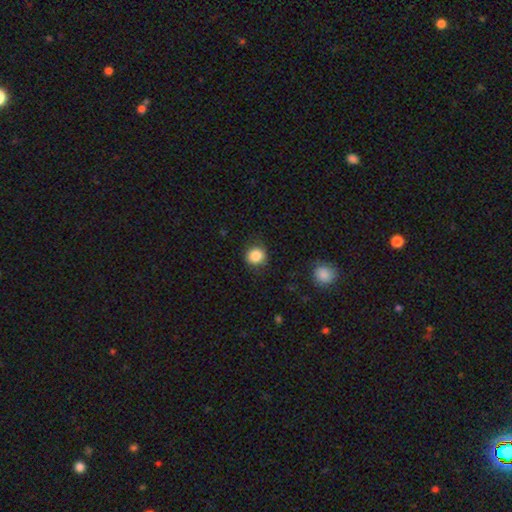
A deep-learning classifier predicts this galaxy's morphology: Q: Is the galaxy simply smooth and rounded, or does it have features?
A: smooth — 86%.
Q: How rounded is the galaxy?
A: round — 89%.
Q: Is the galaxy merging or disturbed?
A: none — 86%.